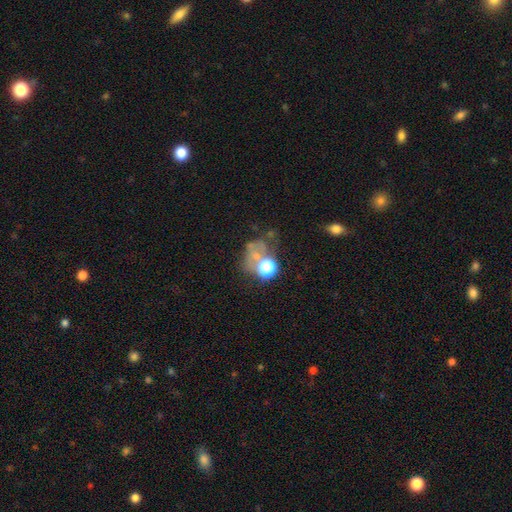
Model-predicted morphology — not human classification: Smooth or featured: smooth — 42% (star or artifact — 32%)
Merging: none — 33% (major disturbance — 28%)